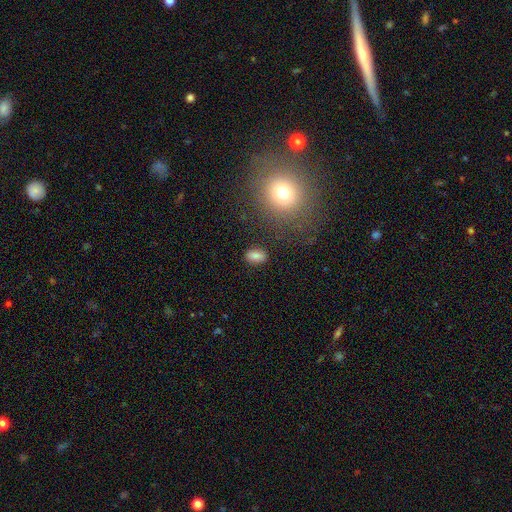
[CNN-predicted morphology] smooth_or_featured: smooth (p=0.81) [alt: star or artifact p=0.11]
how_rounded: in between (p=0.84) [alt: round p=0.14]
merging: none (p=0.85) [alt: minor disturbance p=0.10]